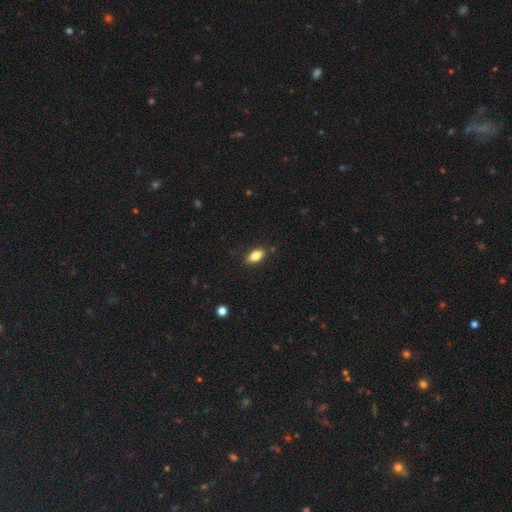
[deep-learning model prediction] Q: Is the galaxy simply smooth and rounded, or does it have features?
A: smooth — 76%.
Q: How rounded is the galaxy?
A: in between — 85%.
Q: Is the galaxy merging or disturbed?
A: none — 84%.